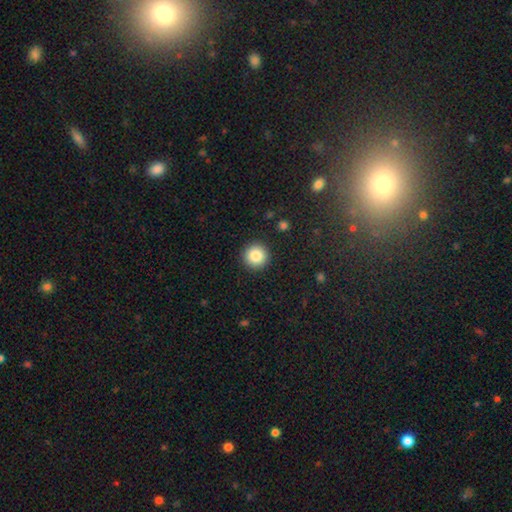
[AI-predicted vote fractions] A smooth galaxy with no disk features (85%) that is round (96%). Merging: none (92%).